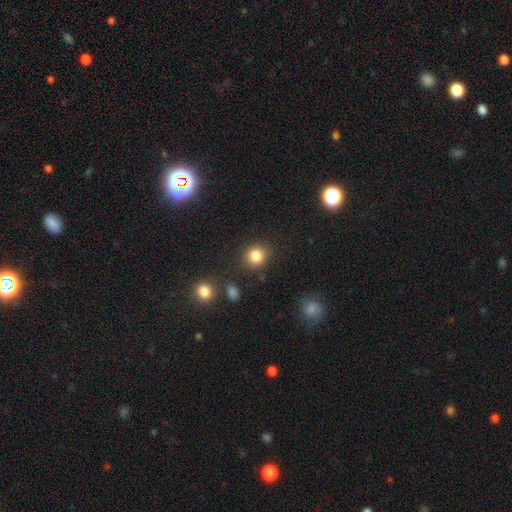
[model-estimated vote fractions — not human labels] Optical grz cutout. It shows a smooth galaxy with no disk features (84%) that is round (79%). Merging: none (84%).